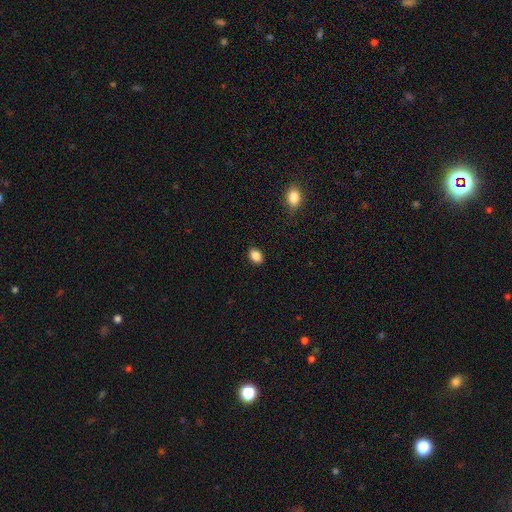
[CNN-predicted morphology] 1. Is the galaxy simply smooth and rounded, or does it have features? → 86% smooth, 9% star or artifact, 4% featured or disk.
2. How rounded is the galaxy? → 74% in between, 25% round, 1% cigar-shaped.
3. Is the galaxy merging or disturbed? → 88% none, 9% minor disturbance, 2% major disturbance, 1% merger.